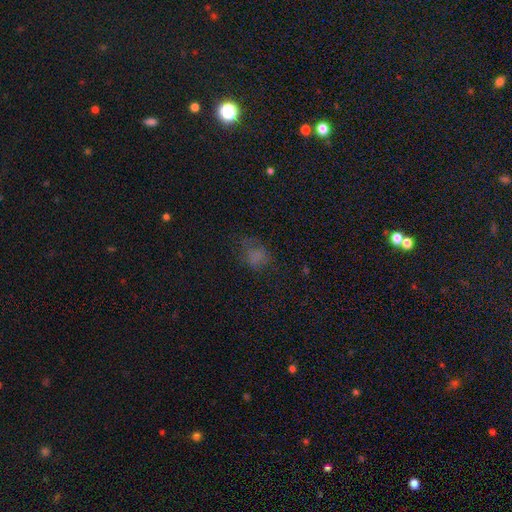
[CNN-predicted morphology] This appears to be a smooth galaxy with no disk features (60%) that is in between round and cigar-shaped (57%). Merging: none (52%).